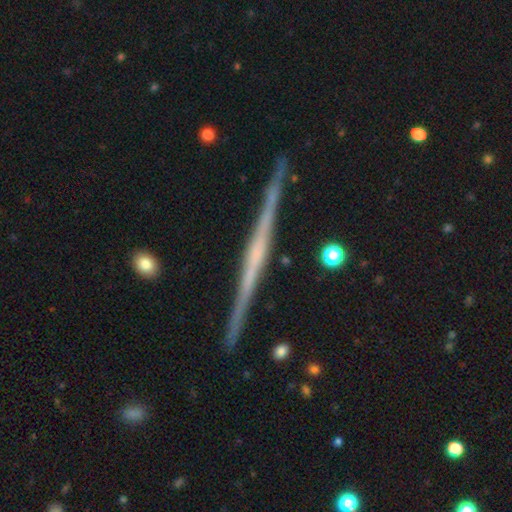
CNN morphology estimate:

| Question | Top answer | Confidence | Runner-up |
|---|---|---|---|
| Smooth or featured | featured or disk | 79% | smooth (15%) |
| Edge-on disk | yes | 98% | no (2%) |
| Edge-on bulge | none | 65% | rounded (23%) |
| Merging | none | 91% | minor disturbance (6%) |